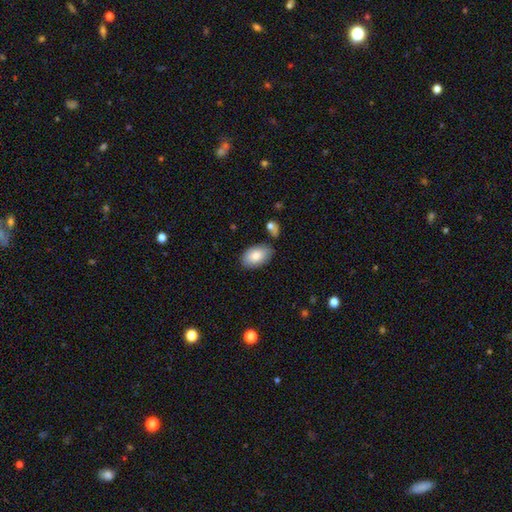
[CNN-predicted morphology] smooth 82%, featured or disk 12%, star or artifact 7%. Down the decision tree: how rounded — in between (91%); merging — none (72%).